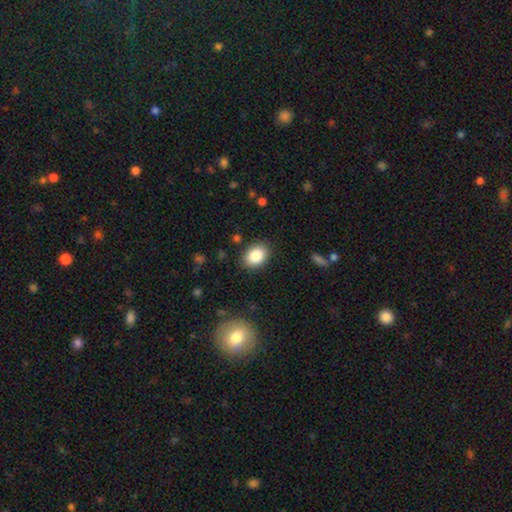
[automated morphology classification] Smooth or featured? smooth (87%)
How rounded? in between (71%)
Merging? none (86%)